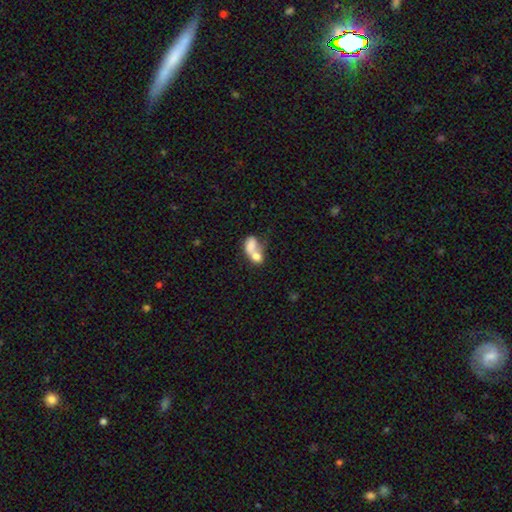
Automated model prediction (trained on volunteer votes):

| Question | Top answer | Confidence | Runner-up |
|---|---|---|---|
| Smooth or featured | smooth | 69% | featured or disk (23%) |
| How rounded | in between | 72% | round (25%) |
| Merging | merger | 76% | none (11%) |